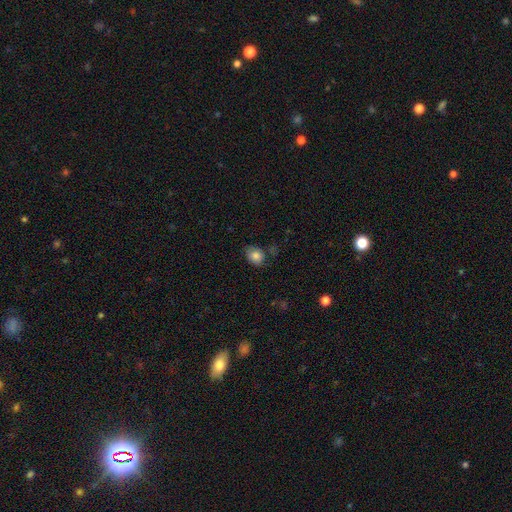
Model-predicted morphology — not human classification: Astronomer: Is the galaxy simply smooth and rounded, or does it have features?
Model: smooth — 82%.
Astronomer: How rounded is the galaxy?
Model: in between — 51% (runner-up: round, 48%).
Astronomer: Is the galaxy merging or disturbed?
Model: none — 69%.